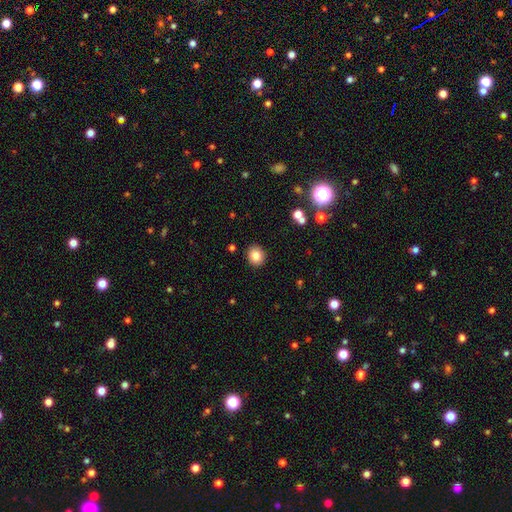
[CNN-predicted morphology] smooth 81%, star or artifact 11%, featured or disk 8%. Down the decision tree: how rounded — round (80%); merging — none (91%).